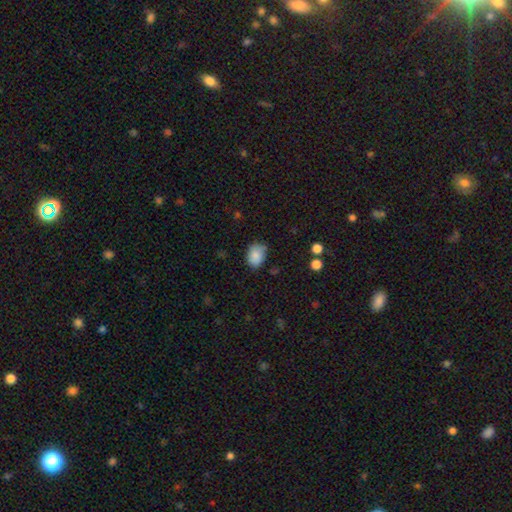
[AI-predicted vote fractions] Smooth or featured? smooth (86%)
How rounded? in between (70%)
Merging? none (69%)